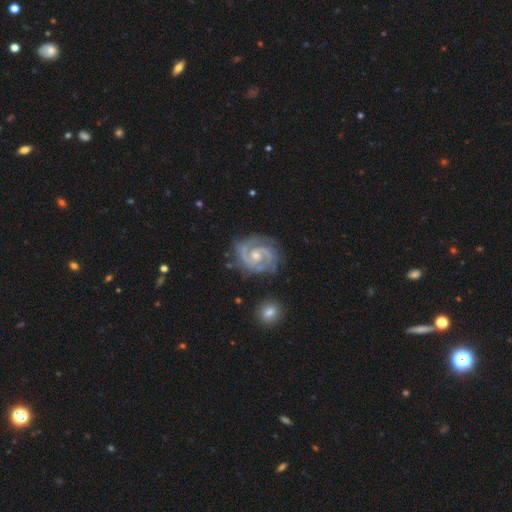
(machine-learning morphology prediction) type=featured or disk (92%); edge-on=no (98%); bar=no (55%); spiral arms=yes (98%); winding=tight (59%); arm count=2 (82%); bulge=moderate (49%); merging=none (75%).